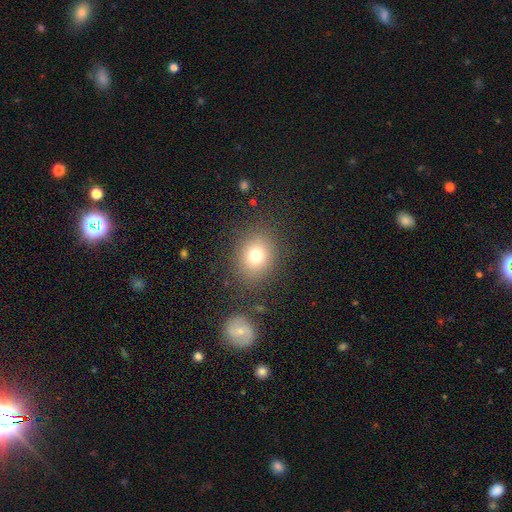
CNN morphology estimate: A smooth galaxy with no disk features (75%) that is round (62%). Merging: none (83%).